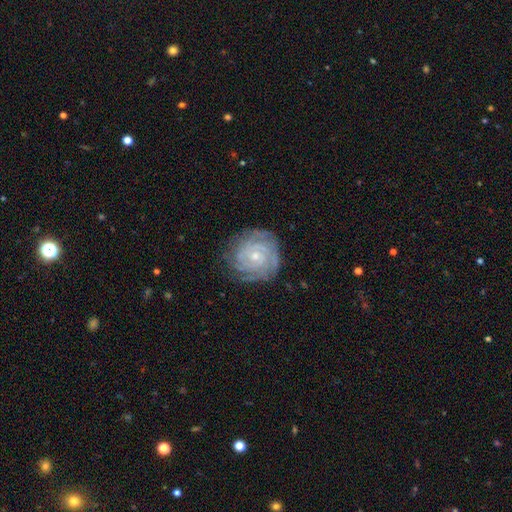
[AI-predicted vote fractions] Smooth or featured?
  - featured or disk: 85% *
  - smooth: 9%
  - star or artifact: 6%
Edge-on disk?
  - no: 97% *
  - yes: 3%
Bar?
  - no: 70% *
  - weak: 25%
  - strong: 6%
Spiral arms?
  - yes: 97% *
  - no: 3%
Spiral winding?
  - tight: 83% *
  - medium: 14%
  - loose: 3%
Spiral arm count?
  - can't tell: 29% *
  - 3: 23%
  - 2: 19%
  - 4: 17%
  - more than 4: 7%
  - 1: 6%
Bulge size?
  - small: 66% *
  - moderate: 30%
  - none: 2%
  - large: 1%
  - dominant: 1%
Merging?
  - none: 79% *
  - minor disturbance: 15%
  - major disturbance: 5%
  - merger: 1%